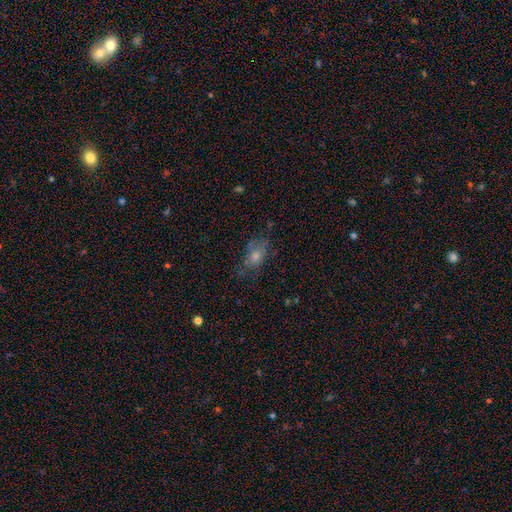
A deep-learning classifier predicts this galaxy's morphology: This is possibly a smooth galaxy (49%). Merging: possibly none (59%).